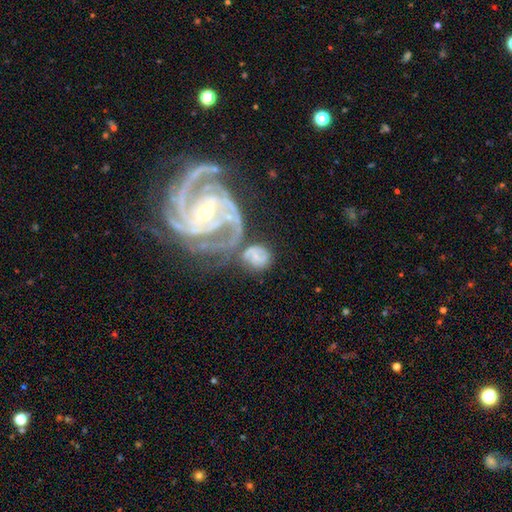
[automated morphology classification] Smooth or featured: featured or disk — 60% (smooth — 31%)
Edge-on disk: no — 97% (yes — 3%)
Bar: no — 41% (weak — 38%)
Spiral arms: yes — 81% (no — 19%)
Bulge size: small — 55% (moderate — 26%)
Merging: none — 37% (merger — 28%)